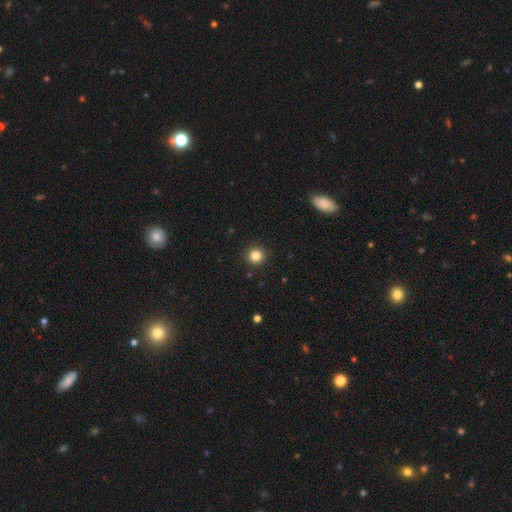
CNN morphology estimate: Smooth or featured?
  - smooth: 84% *
  - star or artifact: 12%
  - featured or disk: 5%
How rounded?
  - round: 95% *
  - in between: 4%
  - cigar-shaped: 1%
Merging?
  - none: 92% *
  - minor disturbance: 5%
  - major disturbance: 2%
  - merger: 1%